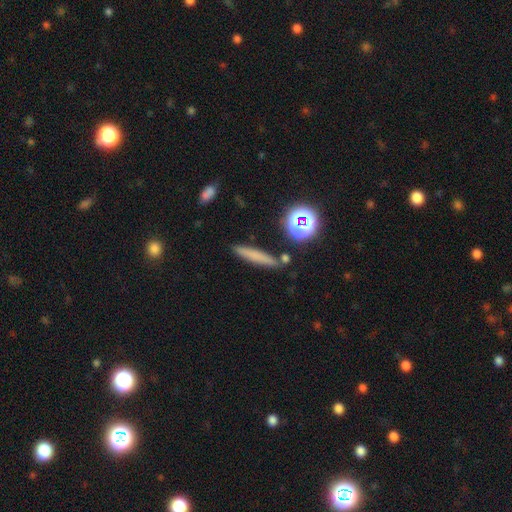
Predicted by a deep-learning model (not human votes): Smooth or featured?
  - smooth: 66% *
  - featured or disk: 20%
  - star or artifact: 14%
How rounded?
  - cigar-shaped: 89% *
  - in between: 6%
  - round: 5%
Merging?
  - none: 85% *
  - minor disturbance: 9%
  - merger: 4%
  - major disturbance: 2%